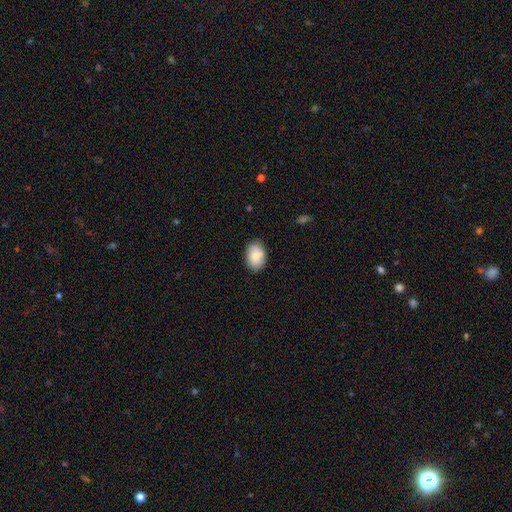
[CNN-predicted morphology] Smooth or featured: smooth — 86% (featured or disk — 8%)
How rounded: in between — 84% (round — 15%)
Merging: none — 86% (minor disturbance — 11%)